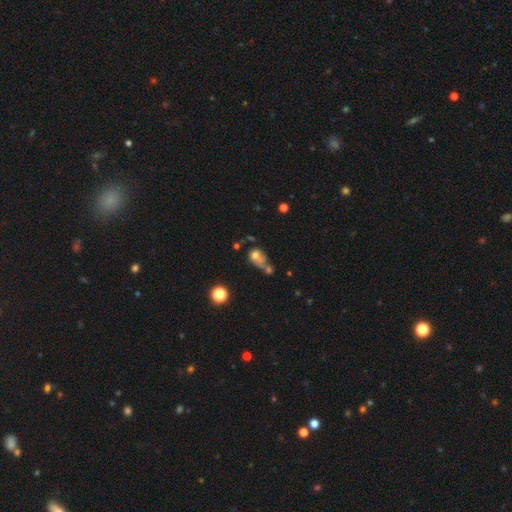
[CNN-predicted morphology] Q: Smooth or featured?
A: smooth (59%); runner-up: featured or disk (24%)
Q: How rounded?
A: in between (50%); runner-up: round (47%)
Q: Merging?
A: merger (40%); runner-up: none (23%)